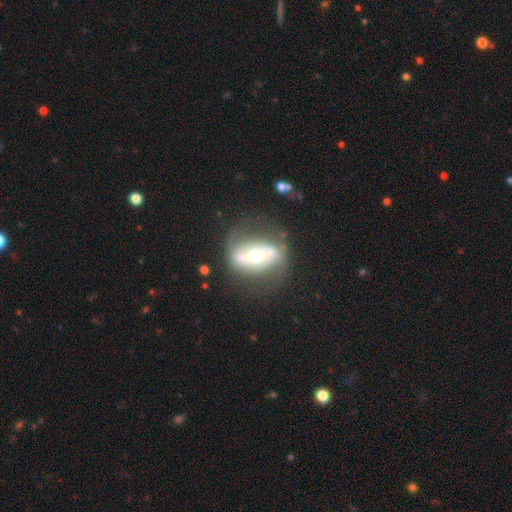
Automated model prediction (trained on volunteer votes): Smooth or featured?
  - featured or disk: 78% *
  - smooth: 16%
  - star or artifact: 6%
Edge-on disk?
  - no: 89% *
  - yes: 11%
Bar?
  - strong: 67% *
  - weak: 18%
  - no: 15%
Spiral arms?
  - yes: 67% *
  - no: 33%
Bulge size?
  - moderate: 54% *
  - small: 35%
  - large: 8%
  - dominant: 2%
  - none: 1%
Merging?
  - none: 65% *
  - minor disturbance: 17%
  - major disturbance: 15%
  - merger: 3%